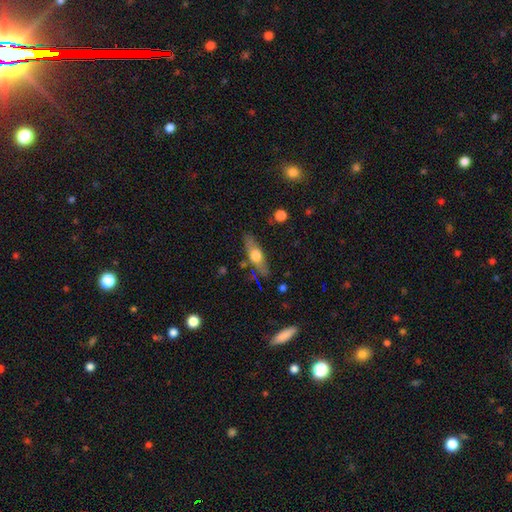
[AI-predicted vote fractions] Smooth or featured? Predicted: smooth (p=0.50). How rounded? Predicted: cigar-shaped (p=0.52). Merging? Predicted: none (p=0.79).